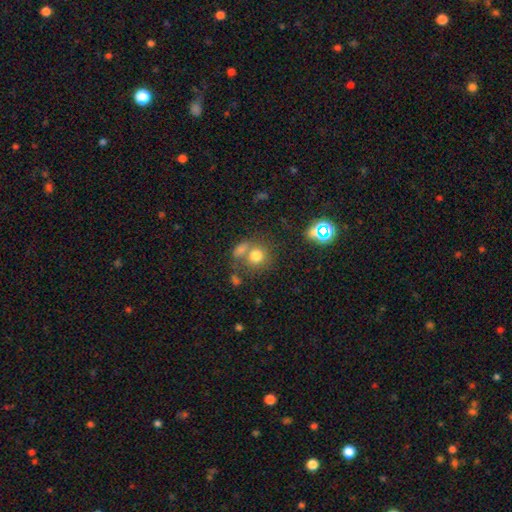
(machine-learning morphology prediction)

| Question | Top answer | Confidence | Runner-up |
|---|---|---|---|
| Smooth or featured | smooth | 74% | star or artifact (15%) |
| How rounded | round | 81% | in between (18%) |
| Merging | none | 50% | merger (33%) |